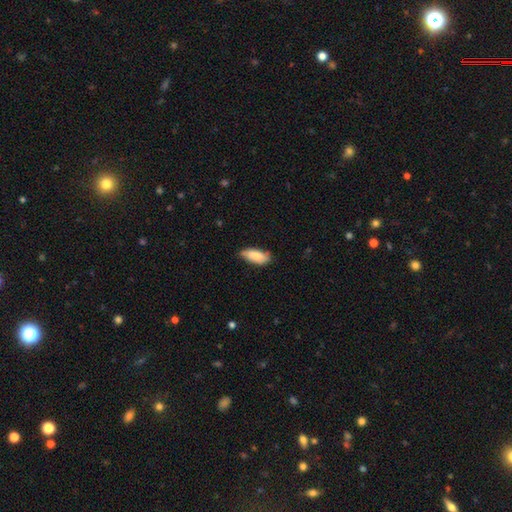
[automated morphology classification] A smooth galaxy with no disk features (80%) that is in between round and cigar-shaped (85%).

Vote fractions:
- Smooth or featured? smooth: 80% / featured or disk: 14% / star or artifact: 6%
- How rounded? in between: 85% / cigar-shaped: 13% / round: 2%
- Merging? none: 68% / minor disturbance: 27% / major disturbance: 4% / merger: 1%